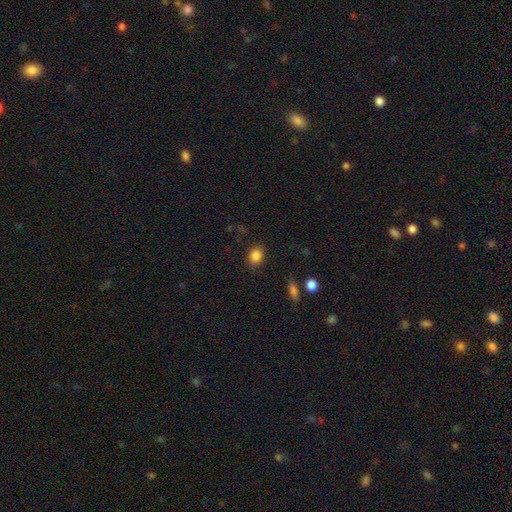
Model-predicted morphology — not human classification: type=smooth (85%); roundness=round (54%); merging=none (84%).